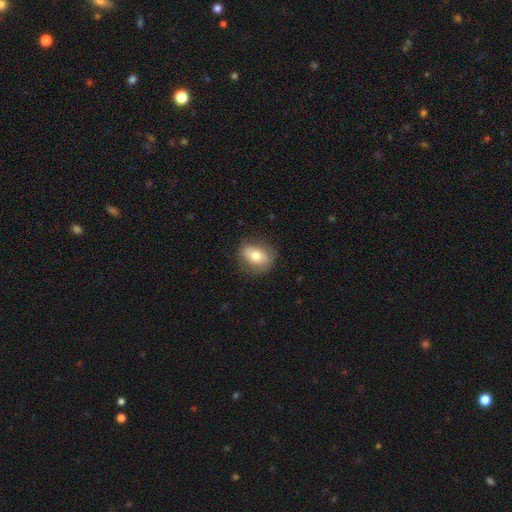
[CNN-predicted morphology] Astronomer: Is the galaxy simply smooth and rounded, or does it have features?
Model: smooth — 72%.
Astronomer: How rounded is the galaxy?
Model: in between — 63%.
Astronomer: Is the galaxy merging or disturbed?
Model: none — 77%.